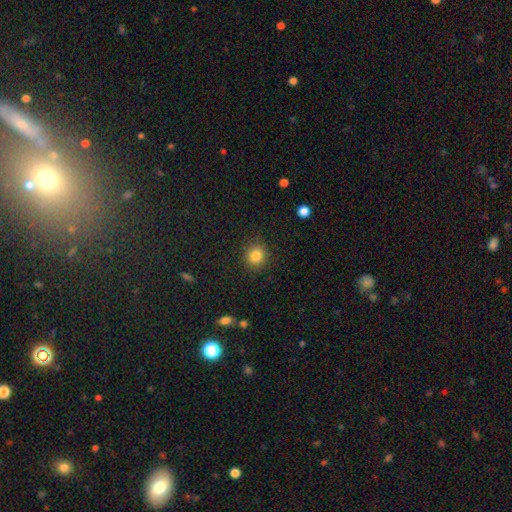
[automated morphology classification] smooth_or_featured: smooth (p=0.84) [alt: star or artifact p=0.11]
how_rounded: round (p=0.87) [alt: in between p=0.12]
merging: none (p=0.87) [alt: minor disturbance p=0.09]